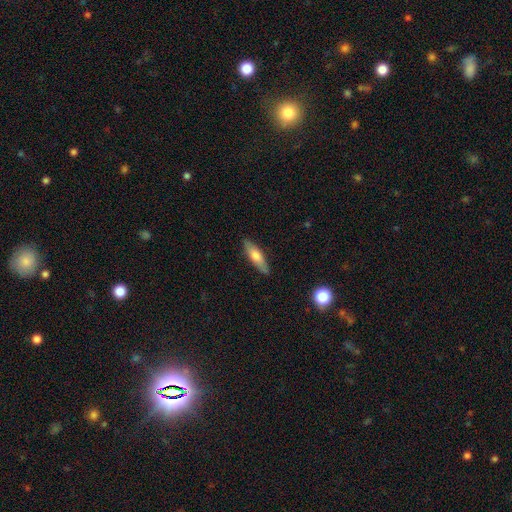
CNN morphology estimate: smooth 61%, featured or disk 33%, star or artifact 6%. Down the decision tree: how rounded — cigar-shaped (64%); merging — none (85%).